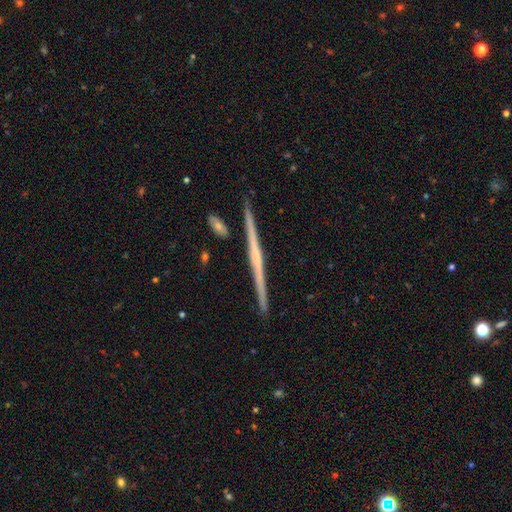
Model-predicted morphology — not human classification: Smooth or featured? Predicted: featured or disk (p=0.73). Edge-on disk? Predicted: yes (p=0.98). Edge-on bulge? Predicted: none (p=0.71). Merging? Predicted: none (p=0.91).